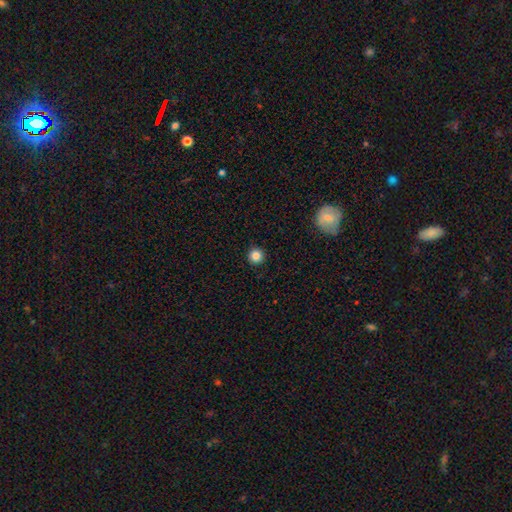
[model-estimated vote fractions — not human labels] Smooth or featured: smooth — 85% (star or artifact — 11%)
How rounded: round — 96% (in between — 3%)
Merging: none — 93% (minor disturbance — 4%)